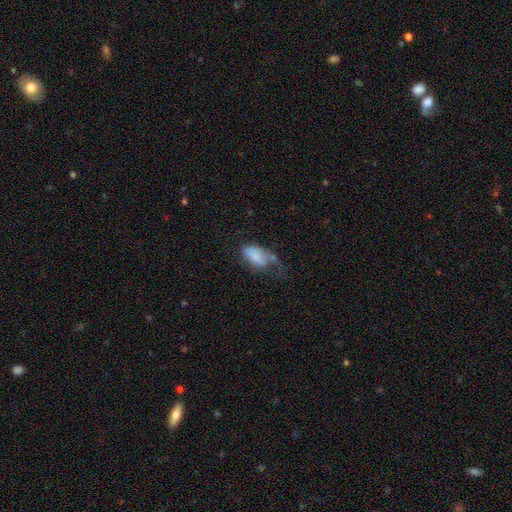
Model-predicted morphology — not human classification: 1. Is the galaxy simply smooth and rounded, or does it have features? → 71% smooth, 21% featured or disk, 8% star or artifact.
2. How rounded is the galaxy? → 92% in between, 4% round, 4% cigar-shaped.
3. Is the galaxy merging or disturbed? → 43% major disturbance, 25% minor disturbance, 21% none, 10% merger.